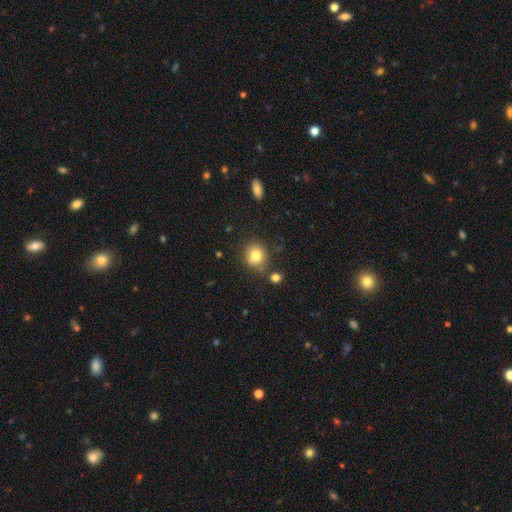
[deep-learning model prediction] Smooth or featured?
  - smooth: 80% *
  - star or artifact: 11%
  - featured or disk: 9%
How rounded?
  - round: 82% *
  - in between: 17%
  - cigar-shaped: 1%
Merging?
  - none: 75% *
  - minor disturbance: 13%
  - merger: 8%
  - major disturbance: 4%